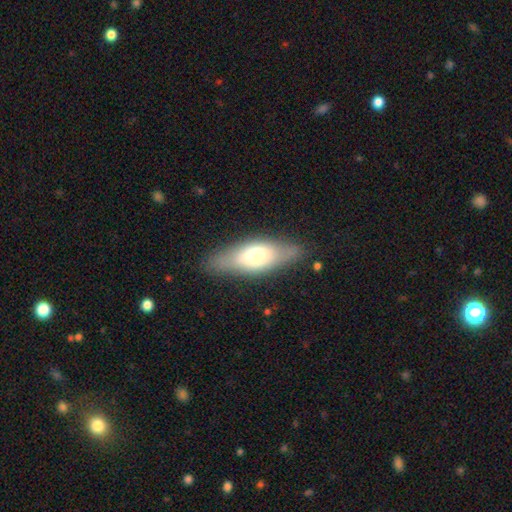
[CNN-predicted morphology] This is possibly a smooth galaxy (60%). How rounded: likely in between (64%). Merging: likely none (78%).